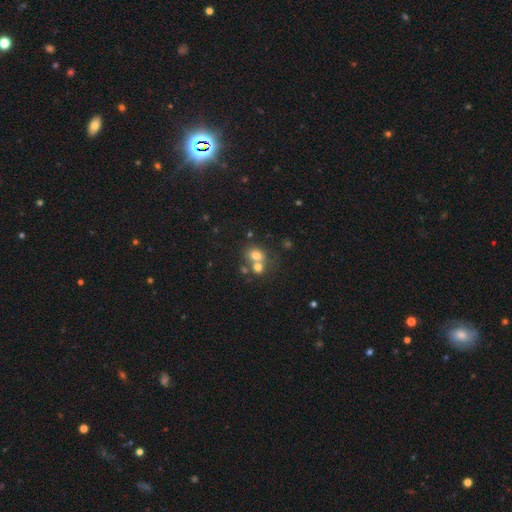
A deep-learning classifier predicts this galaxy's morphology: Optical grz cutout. It shows a smooth galaxy with no disk features (69%) that is round (62%). Merging: merger (52%).